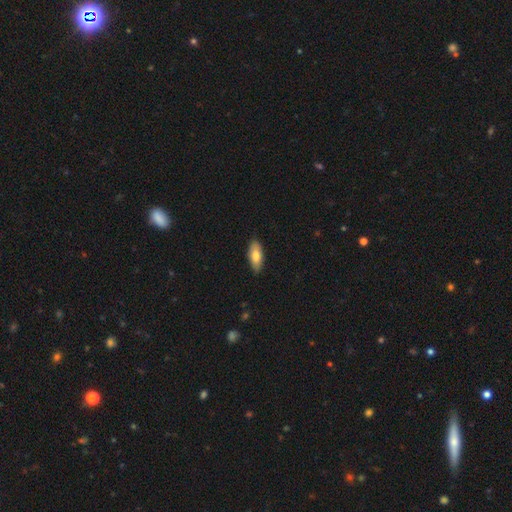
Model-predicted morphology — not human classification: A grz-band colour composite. It shows a smooth galaxy with no disk features (78%) that is in between round and cigar-shaped (82%). Merging: none (86%).